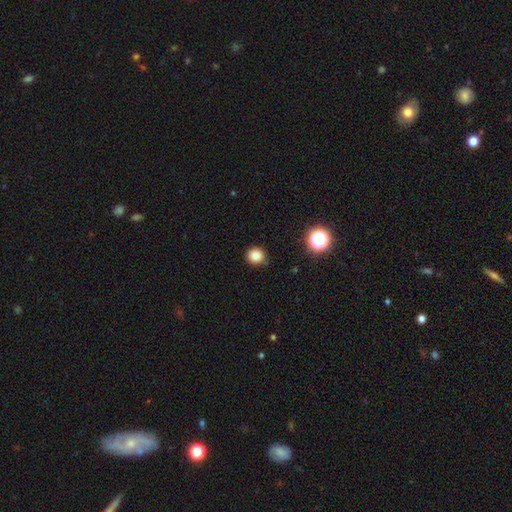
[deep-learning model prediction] A smooth galaxy with no disk features (83%) that is round (90%). Merging: none (88%).